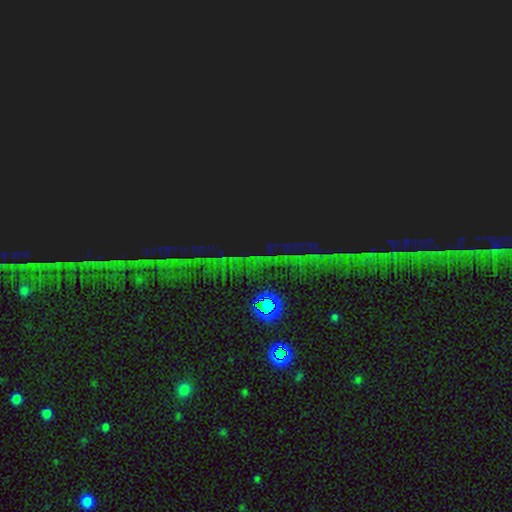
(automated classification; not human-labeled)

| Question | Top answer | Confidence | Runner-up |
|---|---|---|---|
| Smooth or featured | star or artifact | 86% | featured or disk (7%) |